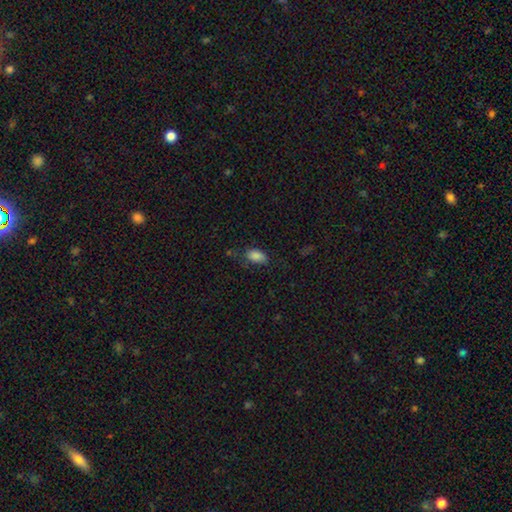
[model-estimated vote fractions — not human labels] smooth-or-featured: smooth: 85% | star or artifact: 9% | featured or disk: 5%
  how-rounded: in between: 92% | round: 6% | cigar-shaped: 2%
  merging: none: 62% | minor disturbance: 26% | major disturbance: 10% | merger: 3%